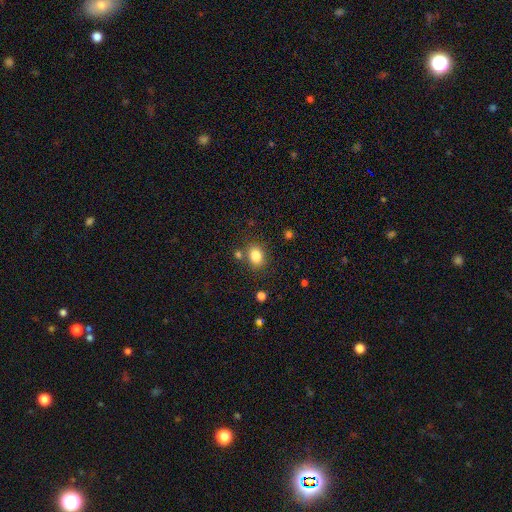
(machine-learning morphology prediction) Smooth or featured? Predicted: smooth (p=0.83). How rounded? Predicted: in between (p=0.51). Merging? Predicted: none (p=0.77).